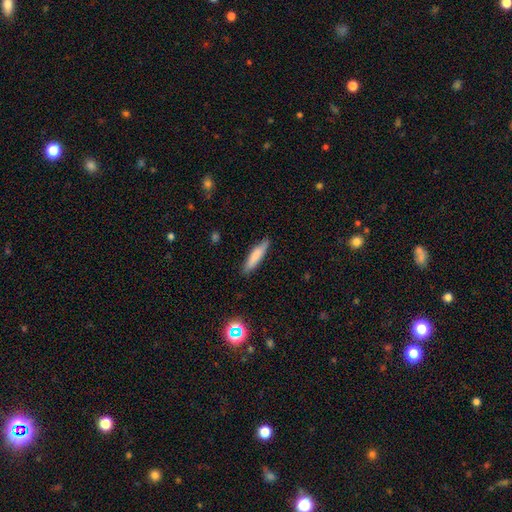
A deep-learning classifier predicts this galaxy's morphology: Smooth or featured? Predicted: smooth (p=0.79). How rounded? Predicted: cigar-shaped (p=0.80). Merging? Predicted: none (p=0.86).